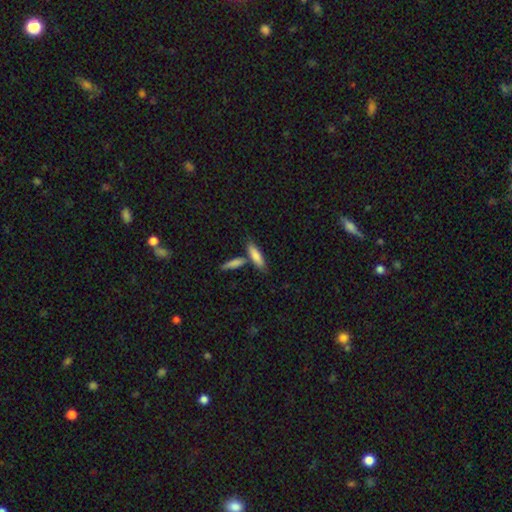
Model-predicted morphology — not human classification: This is likely a smooth galaxy (79%). How rounded: possibly cigar-shaped (60%). Merging: likely none (62%).